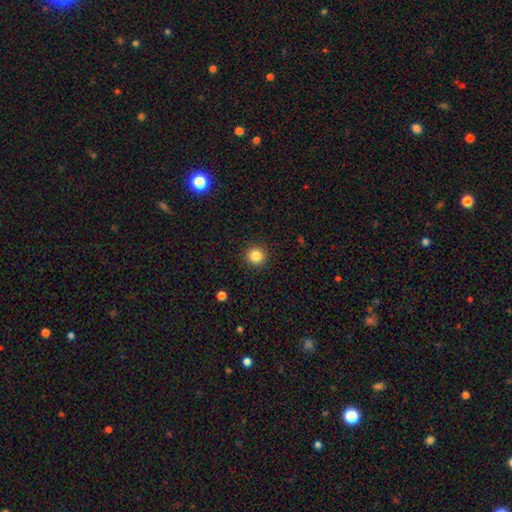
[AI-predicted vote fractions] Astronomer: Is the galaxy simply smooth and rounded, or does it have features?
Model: smooth — 85%.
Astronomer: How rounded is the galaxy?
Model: round — 94%.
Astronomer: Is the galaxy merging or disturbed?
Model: none — 92%.